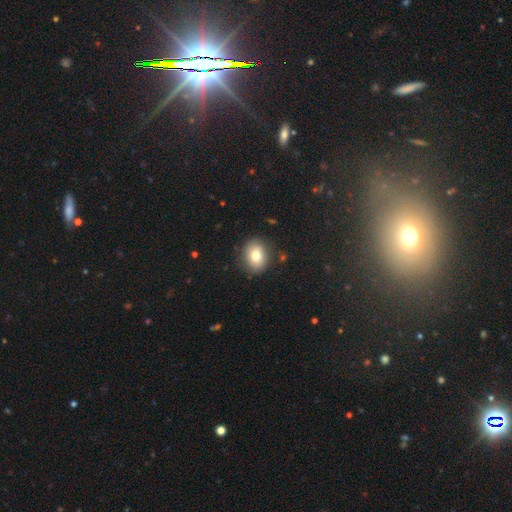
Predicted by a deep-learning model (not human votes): smooth-or-featured: smooth: 77% | featured or disk: 13% | star or artifact: 10%
  how-rounded: round: 53% | in between: 46% | cigar-shaped: 1%
  merging: none: 85% | minor disturbance: 10% | major disturbance: 3% | merger: 1%